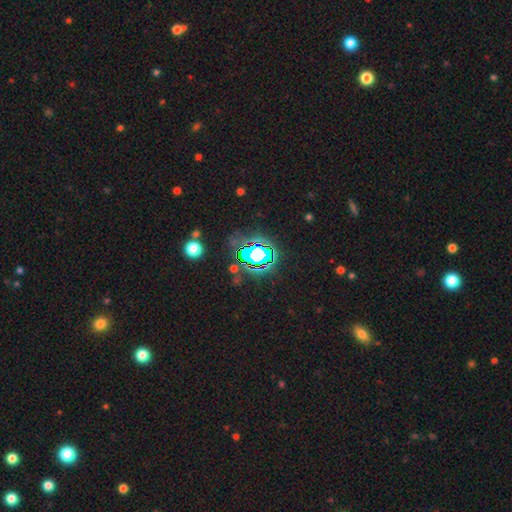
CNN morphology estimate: smooth_or_featured: star or artifact (p=0.76) [alt: smooth p=0.15]